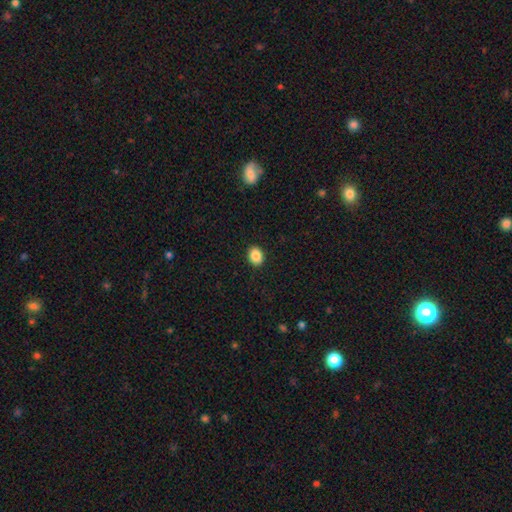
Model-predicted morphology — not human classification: This appears to be a smooth galaxy with no disk features (87%) that is in between round and cigar-shaped (58%). Merging: none (91%).